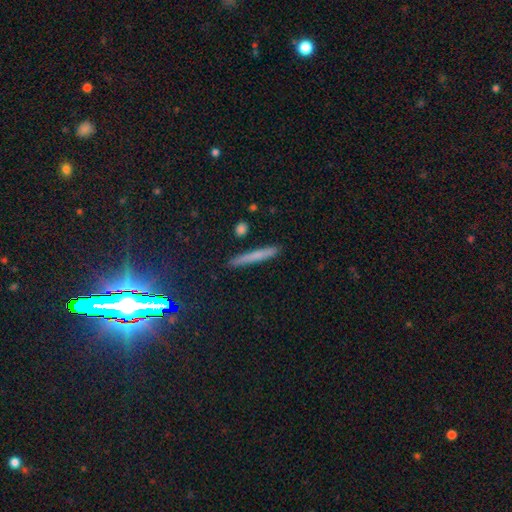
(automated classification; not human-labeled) smooth 64%, featured or disk 23%, star or artifact 12%. Down the decision tree: how rounded — cigar-shaped (95%); merging — none (89%).